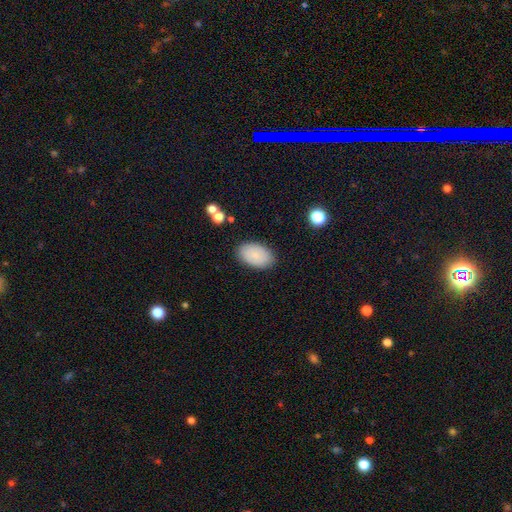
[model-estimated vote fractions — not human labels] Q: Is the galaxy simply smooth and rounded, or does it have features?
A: smooth — 80%.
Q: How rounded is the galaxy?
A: in between — 92%.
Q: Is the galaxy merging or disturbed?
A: none — 86%.